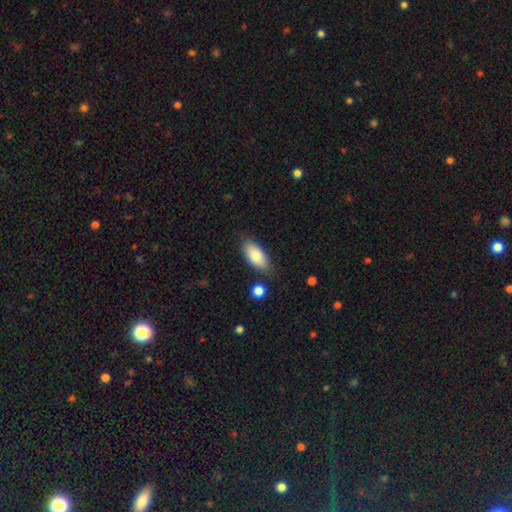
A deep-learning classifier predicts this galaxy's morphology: Overall: smooth (82%). How rounded: in between (88%). Merging: none (81%).